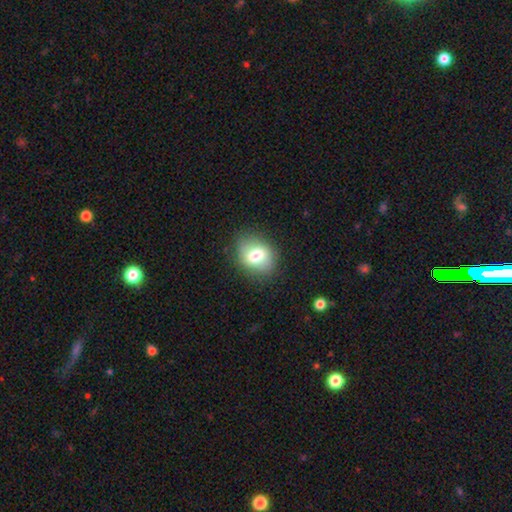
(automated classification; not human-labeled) A smooth galaxy with no disk features (71%) that is in between round and cigar-shaped (53%).

Vote fractions:
- Smooth or featured? smooth: 71% / featured or disk: 19% / star or artifact: 9%
- How rounded? in between: 53% / round: 45% / cigar-shaped: 1%
- Merging? none: 81% / minor disturbance: 14% / major disturbance: 4% / merger: 1%